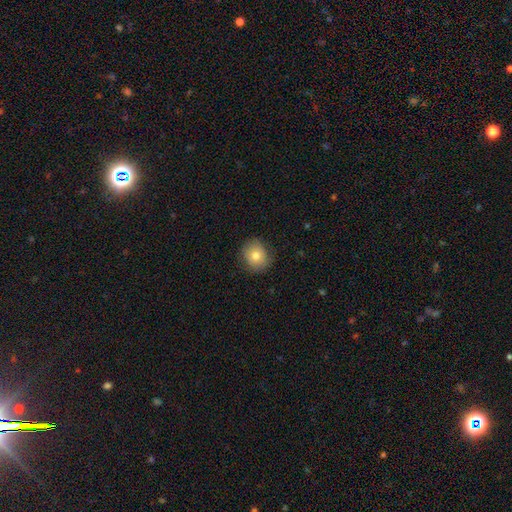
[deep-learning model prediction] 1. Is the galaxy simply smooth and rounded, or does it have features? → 77% smooth, 13% featured or disk, 9% star or artifact.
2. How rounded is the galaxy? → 76% round, 23% in between, 1% cigar-shaped.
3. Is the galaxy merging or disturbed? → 82% none, 14% minor disturbance, 3% major disturbance, 1% merger.